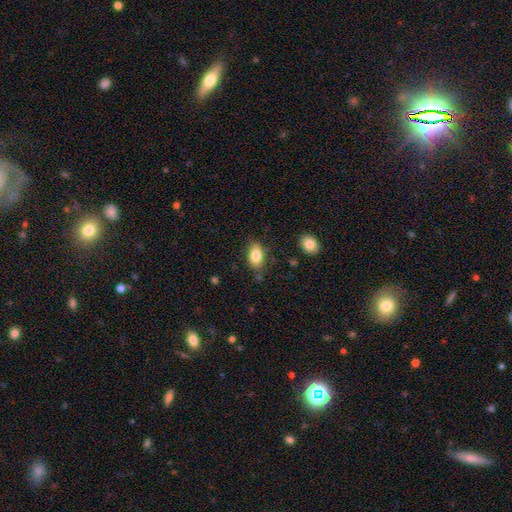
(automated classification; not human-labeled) smooth-or-featured: smooth: 83% | featured or disk: 9% | star or artifact: 8%
  how-rounded: in between: 89% | round: 8% | cigar-shaped: 3%
  merging: none: 79% | minor disturbance: 15% | major disturbance: 3% | merger: 3%